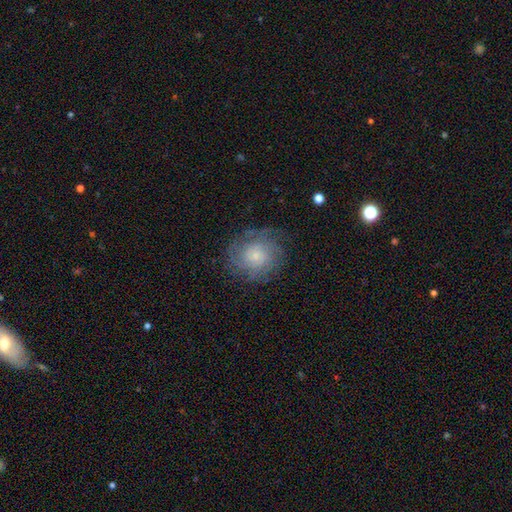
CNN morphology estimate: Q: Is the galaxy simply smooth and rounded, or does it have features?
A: featured or disk — 61%.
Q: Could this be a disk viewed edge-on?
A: no — 97%.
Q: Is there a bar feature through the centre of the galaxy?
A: no — 82%.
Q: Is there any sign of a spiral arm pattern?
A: yes — 87%.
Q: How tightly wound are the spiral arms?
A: tight — 63%.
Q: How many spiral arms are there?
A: can't tell — 49%.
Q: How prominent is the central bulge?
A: small — 68%.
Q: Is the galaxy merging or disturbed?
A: none — 75%.